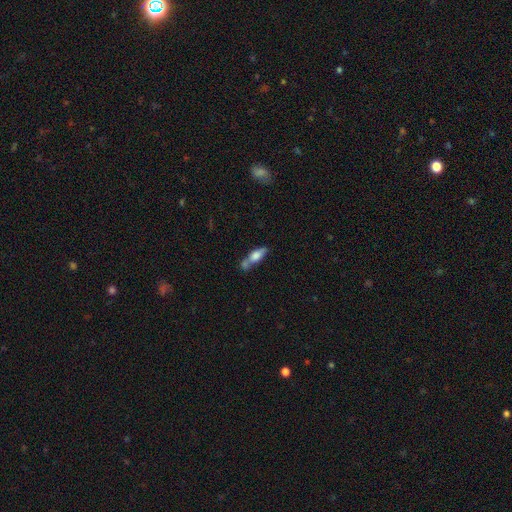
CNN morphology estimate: smooth 63%, featured or disk 29%, star or artifact 8%. Down the decision tree: how rounded — in between (59%); merging — none (39%).